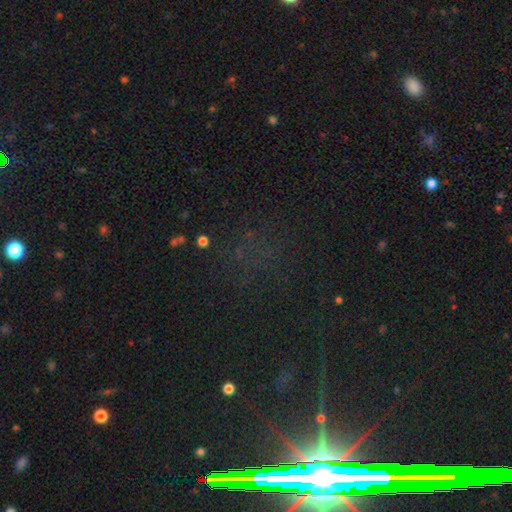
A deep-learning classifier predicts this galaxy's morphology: Smooth or featured? Predicted: star or artifact (p=0.74).